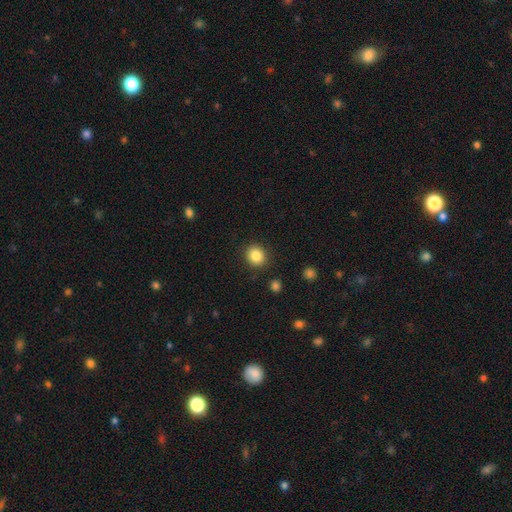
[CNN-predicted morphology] type=smooth (86%); roundness=round (80%); merging=none (89%).